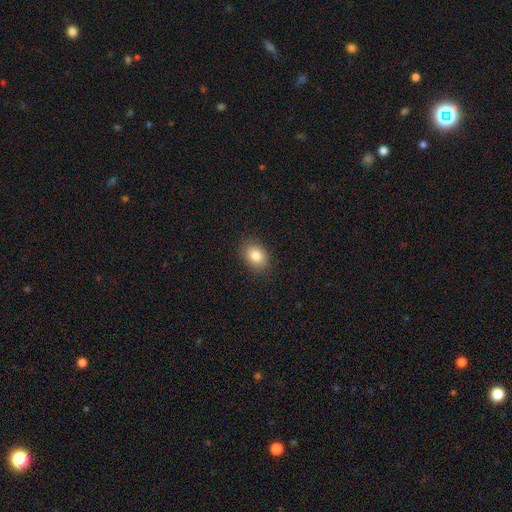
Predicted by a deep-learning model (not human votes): A smooth galaxy with no disk features (84%) that is in between round and cigar-shaped (70%). Merging: none (86%).